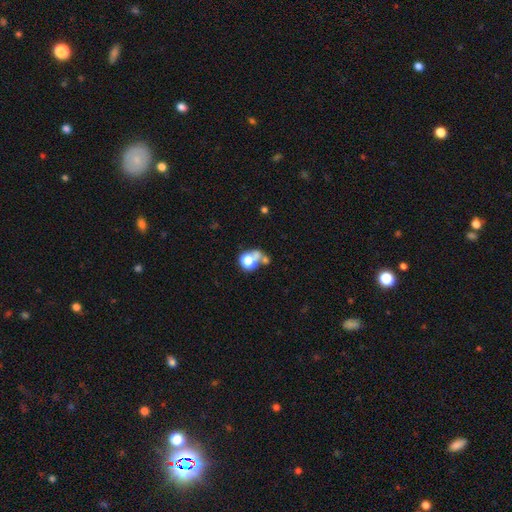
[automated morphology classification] type=smooth (68%); roundness=round (67%); merging=merger (45%).